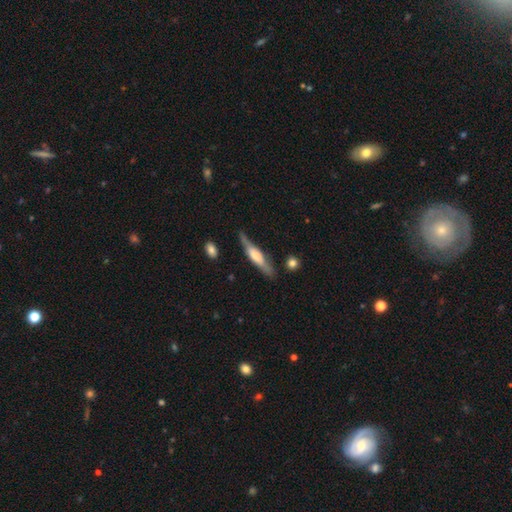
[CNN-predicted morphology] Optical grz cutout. It shows a featured or disk galaxy (55%) viewed edge-on (89%). Merging: none (74%).